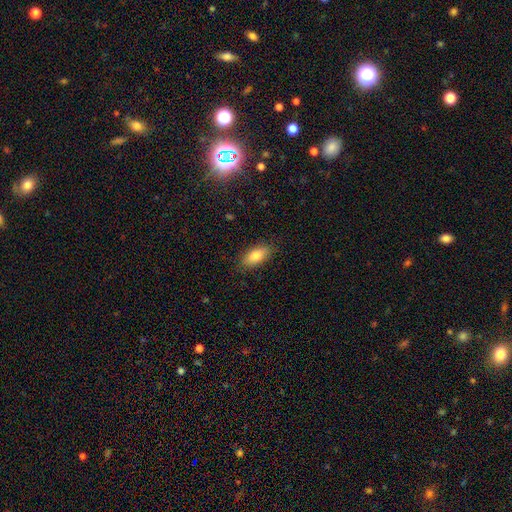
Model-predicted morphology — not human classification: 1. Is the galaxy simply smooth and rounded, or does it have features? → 82% smooth, 10% featured or disk, 7% star or artifact.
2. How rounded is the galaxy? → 88% in between, 9% cigar-shaped, 3% round.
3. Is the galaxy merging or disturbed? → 86% none, 10% minor disturbance, 2% major disturbance, 1% merger.